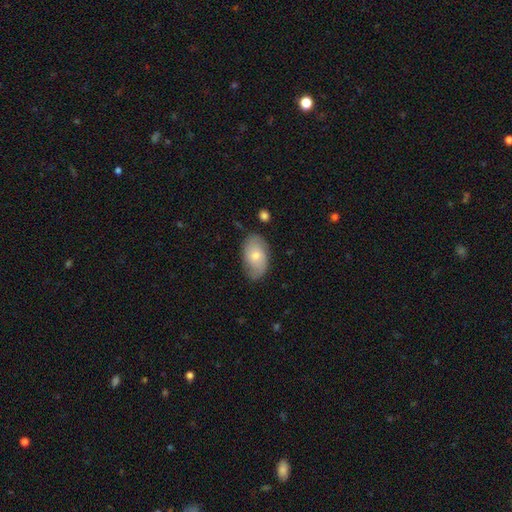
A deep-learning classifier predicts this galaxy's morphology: smooth 63%, featured or disk 31%, star or artifact 6%. Down the decision tree: how rounded — in between (91%); merging — none (73%).